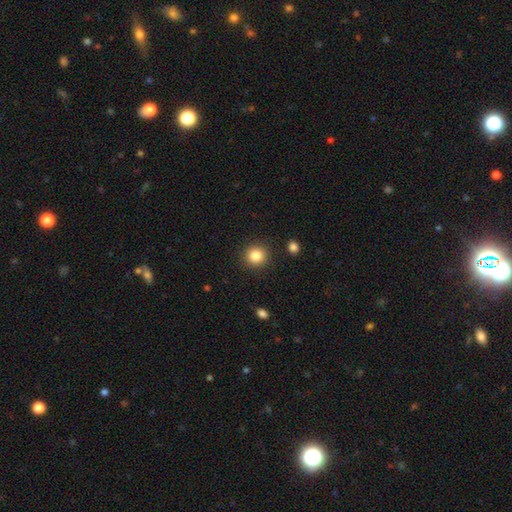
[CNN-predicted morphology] This appears to be a smooth galaxy with no disk features (85%) that is round (90%). Merging: none (90%).